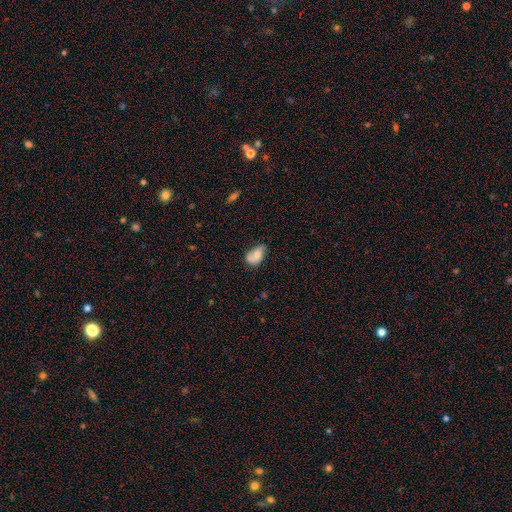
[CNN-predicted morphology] Smooth or featured?
  - smooth: 61% *
  - featured or disk: 30%
  - star or artifact: 9%
How rounded?
  - in between: 88% *
  - round: 9%
  - cigar-shaped: 3%
Merging?
  - none: 43% *
  - minor disturbance: 32%
  - merger: 13%
  - major disturbance: 12%